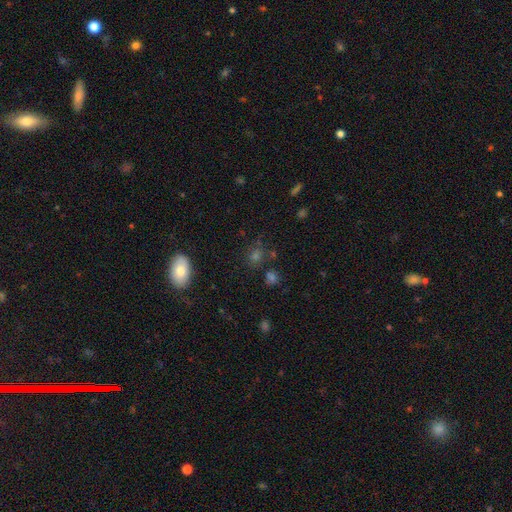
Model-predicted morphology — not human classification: Smooth or featured?
  - smooth: 61% *
  - star or artifact: 27%
  - featured or disk: 11%
How rounded?
  - round: 64% *
  - in between: 34%
  - cigar-shaped: 2%
Merging?
  - none: 76% *
  - minor disturbance: 12%
  - merger: 7%
  - major disturbance: 5%